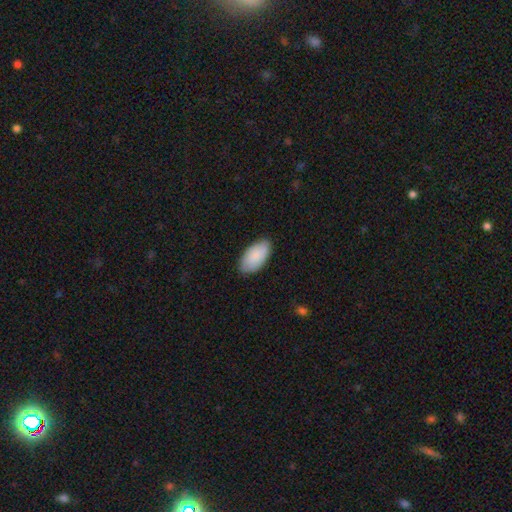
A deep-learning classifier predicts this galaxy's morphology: A smooth galaxy with no disk features (88%) that is in between round and cigar-shaped (95%). Merging: none (83%).